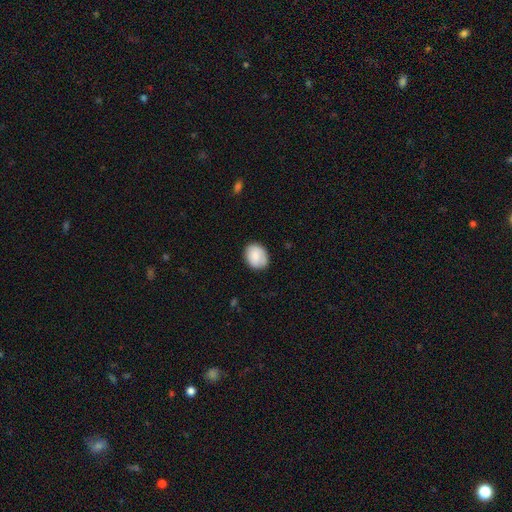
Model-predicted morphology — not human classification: Smooth or featured? smooth (81%)
How rounded? round (51%)
Merging? none (80%)